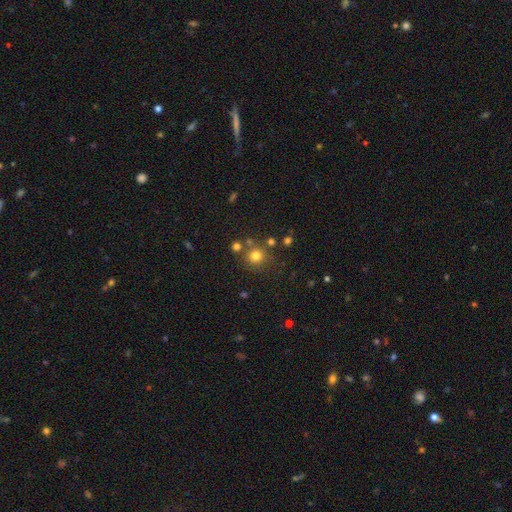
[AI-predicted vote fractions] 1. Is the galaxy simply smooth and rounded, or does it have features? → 76% smooth, 16% star or artifact, 8% featured or disk.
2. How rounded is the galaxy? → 91% round, 8% in between, 1% cigar-shaped.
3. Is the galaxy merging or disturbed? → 74% none, 12% merger, 10% minor disturbance, 4% major disturbance.